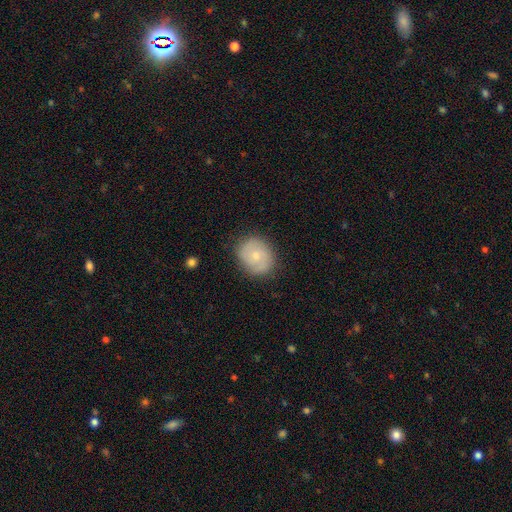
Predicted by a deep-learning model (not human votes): A smooth galaxy with no disk features (57%) that is round (65%). Merging: none (82%).